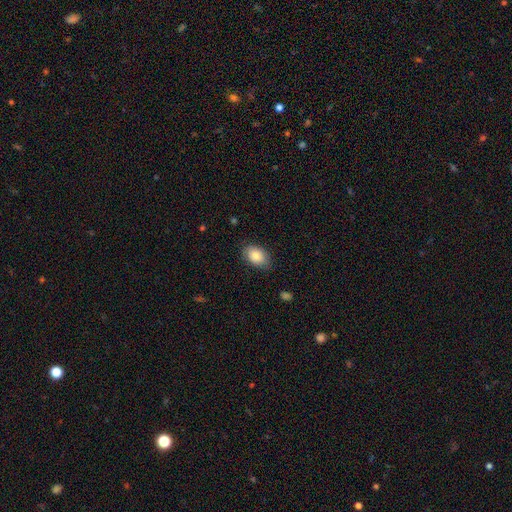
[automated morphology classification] smooth 85%, featured or disk 8%, star or artifact 7%. Down the decision tree: how rounded — in between (86%); merging — none (78%).